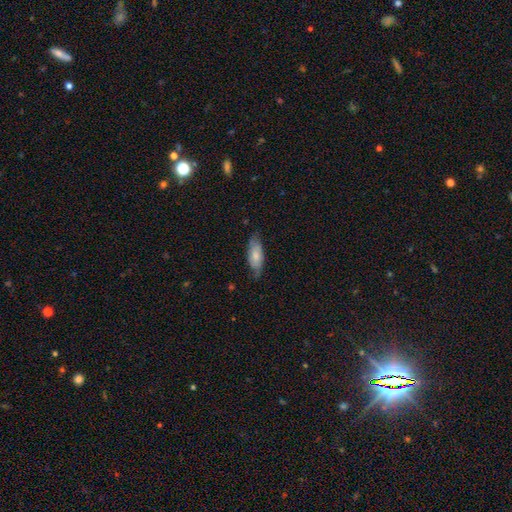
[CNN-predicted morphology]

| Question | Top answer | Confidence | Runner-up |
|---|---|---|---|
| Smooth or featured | smooth | 68% | featured or disk (26%) |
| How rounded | in between | 74% | cigar-shaped (24%) |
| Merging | none | 66% | minor disturbance (27%) |